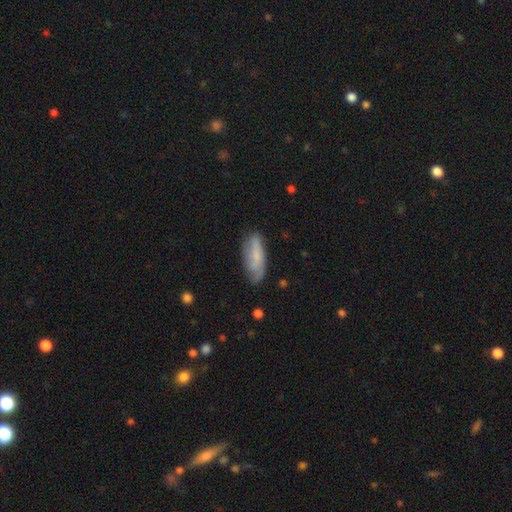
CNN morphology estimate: smooth-or-featured: smooth: 63% | featured or disk: 30% | star or artifact: 7%
  how-rounded: in between: 68% | cigar-shaped: 30% | round: 2%
  merging: none: 67% | minor disturbance: 25% | major disturbance: 6% | merger: 2%